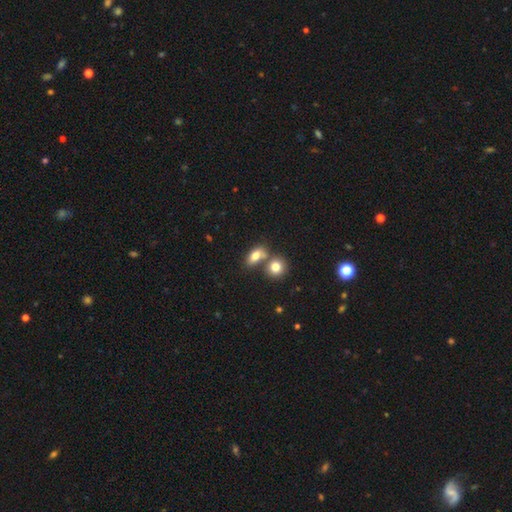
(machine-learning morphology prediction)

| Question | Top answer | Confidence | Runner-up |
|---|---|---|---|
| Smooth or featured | smooth | 77% | featured or disk (13%) |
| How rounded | in between | 77% | round (18%) |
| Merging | none | 46% | merger (39%) |